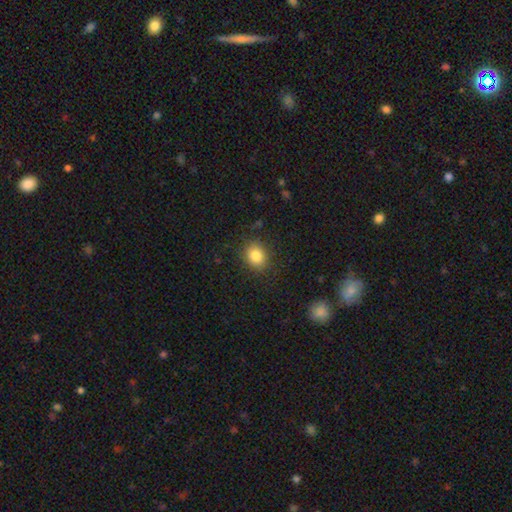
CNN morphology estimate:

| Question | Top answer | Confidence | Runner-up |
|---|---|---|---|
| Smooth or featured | smooth | 83% | star or artifact (11%) |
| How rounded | round | 69% | in between (30%) |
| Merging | none | 87% | minor disturbance (9%) |